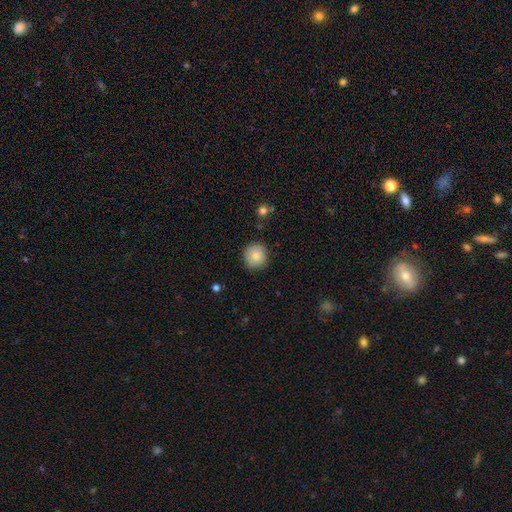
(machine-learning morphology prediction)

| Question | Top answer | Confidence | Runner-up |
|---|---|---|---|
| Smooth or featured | smooth | 85% | star or artifact (8%) |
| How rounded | round | 92% | in between (7%) |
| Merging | none | 87% | minor disturbance (10%) |